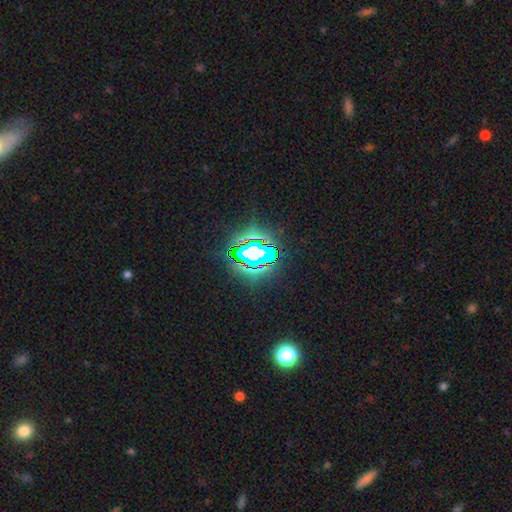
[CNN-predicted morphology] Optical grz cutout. It shows a star or artifact, not a galaxy (71%).